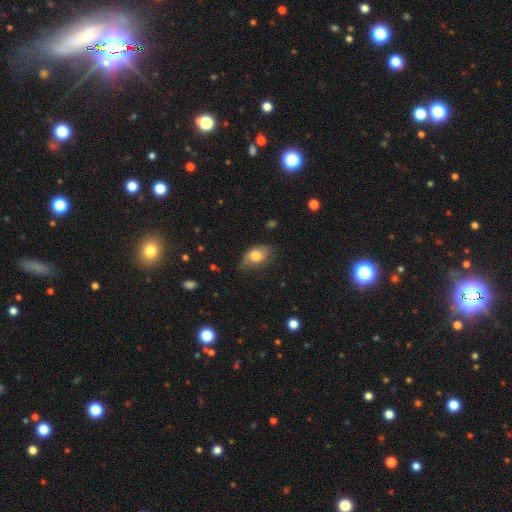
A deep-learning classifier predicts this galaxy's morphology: A smooth galaxy with no disk features (69%) that is in between round and cigar-shaped (85%). Merging: none (52%).